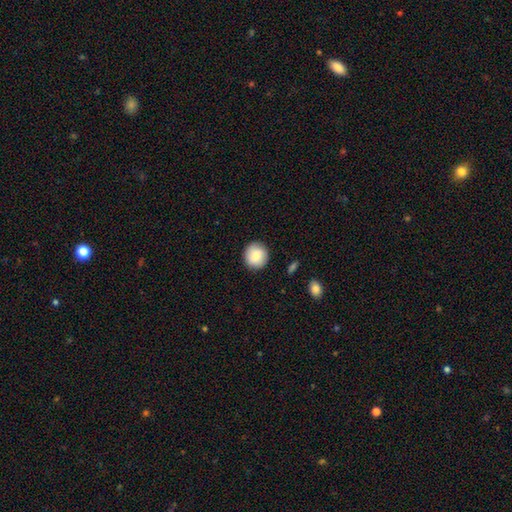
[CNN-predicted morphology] smooth 84%, featured or disk 9%, star or artifact 7%. Down the decision tree: how rounded — round (91%); merging — none (90%).